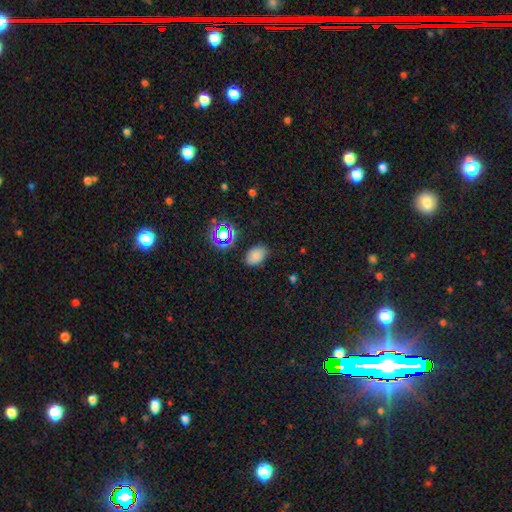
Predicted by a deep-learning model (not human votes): A smooth galaxy with no disk features (76%) that is in between round and cigar-shaped (83%).

Vote fractions:
- Smooth or featured? smooth: 76% / star or artifact: 17% / featured or disk: 7%
- How rounded? in between: 83% / round: 16% / cigar-shaped: 1%
- Merging? none: 78% / minor disturbance: 16% / major disturbance: 4% / merger: 2%